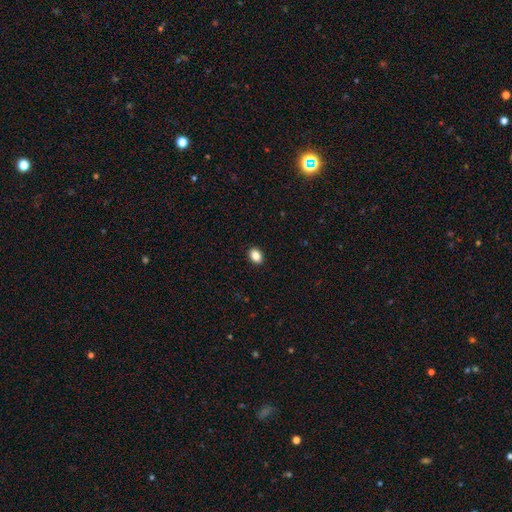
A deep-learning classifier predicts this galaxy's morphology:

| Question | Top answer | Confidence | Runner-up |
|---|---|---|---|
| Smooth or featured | smooth | 87% | star or artifact (9%) |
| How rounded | in between | 76% | round (23%) |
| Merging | none | 91% | minor disturbance (6%) |